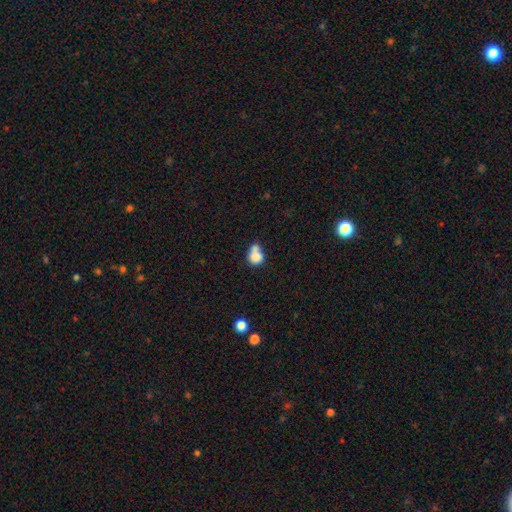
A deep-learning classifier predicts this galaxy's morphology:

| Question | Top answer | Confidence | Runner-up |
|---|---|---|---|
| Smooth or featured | smooth | 77% | featured or disk (12%) |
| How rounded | round | 57% | in between (42%) |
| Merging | merger | 46% | none (28%) |